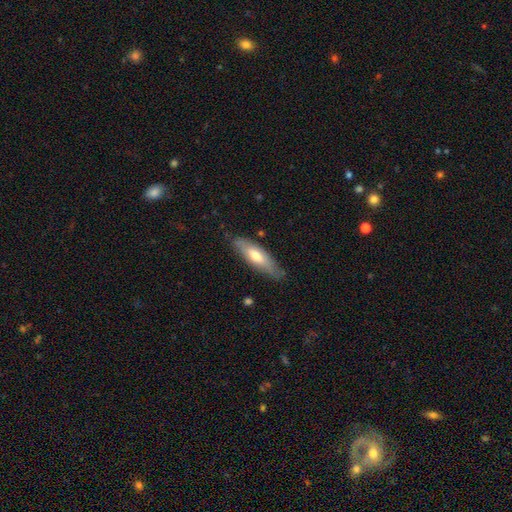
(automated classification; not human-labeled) smooth_or_featured: smooth (p=0.58) [alt: featured or disk p=0.36]
how_rounded: cigar-shaped (p=0.55) [alt: in between p=0.43]
merging: none (p=0.76) [alt: minor disturbance p=0.19]